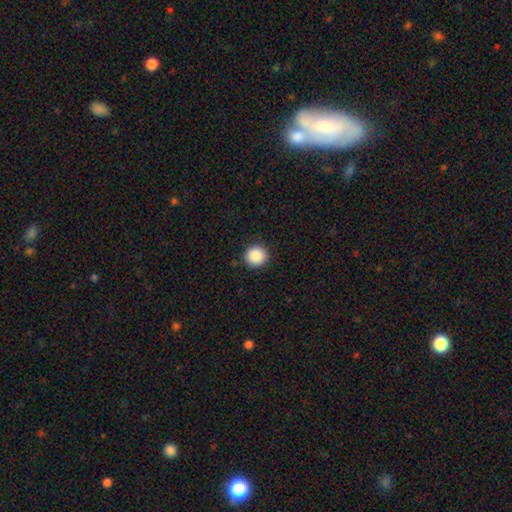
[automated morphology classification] type=smooth (89%); roundness=round (95%); merging=none (91%).